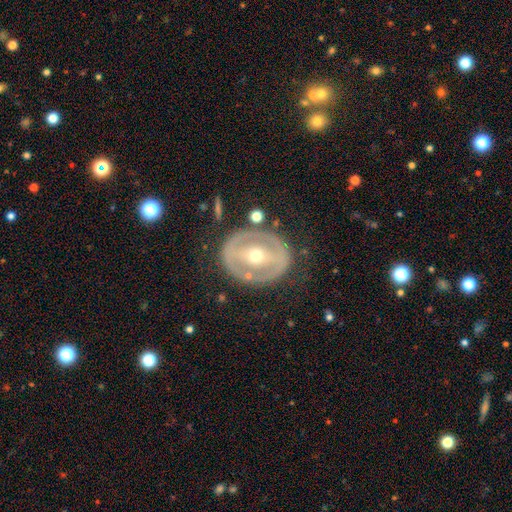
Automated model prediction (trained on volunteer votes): smooth-or-featured: featured or disk: 76% | smooth: 18% | star or artifact: 6%
  disk-edge-on: no: 94% | yes: 6%
    bar: strong: 44% | weak: 29% | no: 27%
    has-spiral-arms: no: 66% | yes: 34%
    bulge-size: moderate: 55% | small: 42% | large: 2% | none: 1% | dominant: 1%
  merging: none: 77% | minor disturbance: 14% | major disturbance: 7% | merger: 2%